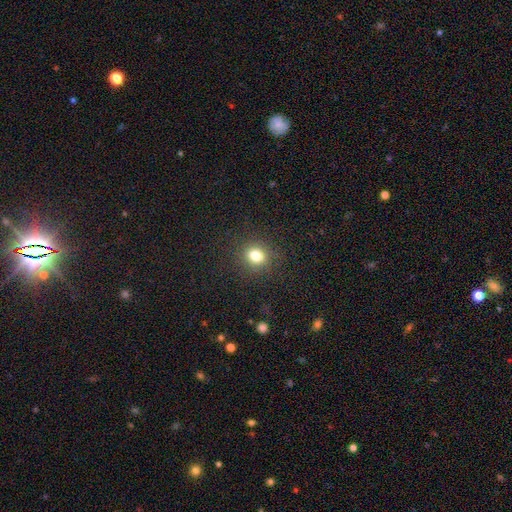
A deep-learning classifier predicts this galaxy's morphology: smooth-or-featured: smooth: 80% | star or artifact: 14% | featured or disk: 6%
  how-rounded: round: 78% | in between: 22% | cigar-shaped: 1%
  merging: none: 88% | minor disturbance: 8% | major disturbance: 3% | merger: 1%